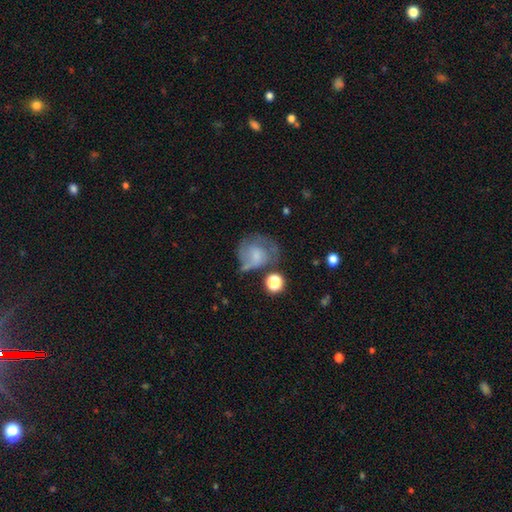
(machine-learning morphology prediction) A featured or disk galaxy (45%). Merging: none (38%).